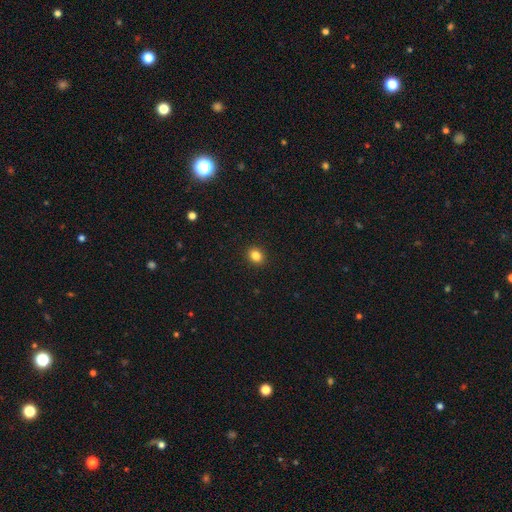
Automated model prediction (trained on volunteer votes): Overall: smooth (84%). How rounded: round (60%; in between 39%). Merging: none (92%).